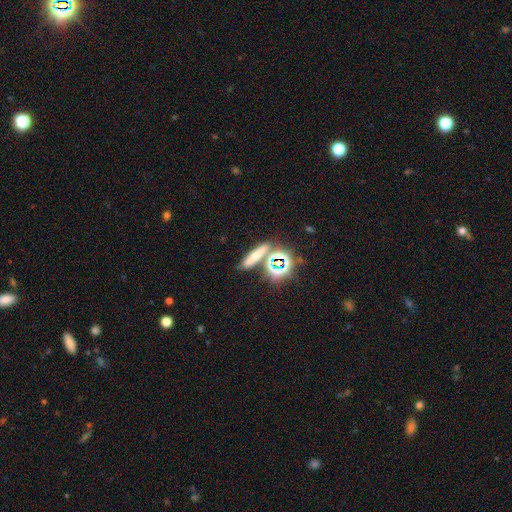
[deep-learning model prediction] Smooth or featured? smooth (53%)
How rounded? cigar-shaped (51%)
Merging? none (72%)